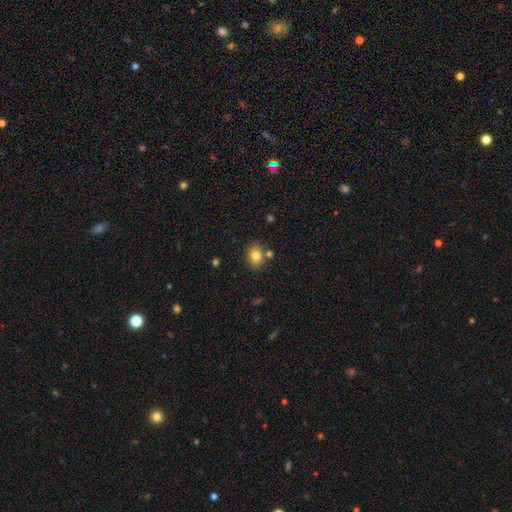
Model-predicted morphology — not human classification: type=smooth (80%); roundness=in between (52%); merging=none (77%).